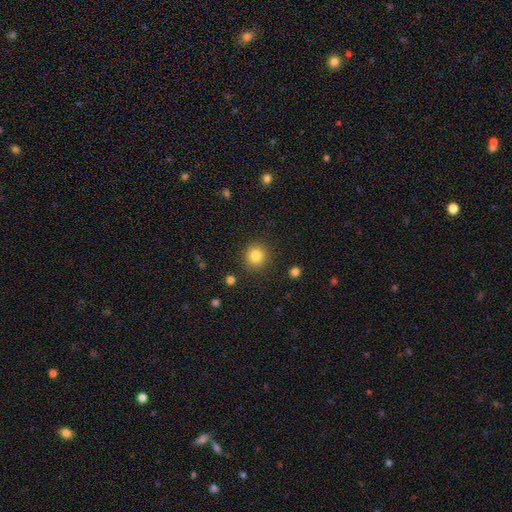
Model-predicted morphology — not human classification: smooth_or_featured: smooth (p=0.84) [alt: star or artifact p=0.11]
how_rounded: round (p=0.90) [alt: in between p=0.09]
merging: none (p=0.89) [alt: minor disturbance p=0.07]